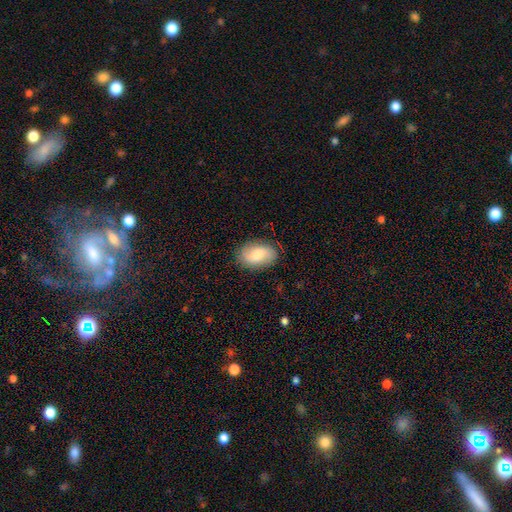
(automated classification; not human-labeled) smooth 64%, featured or disk 28%, star or artifact 8%. Down the decision tree: how rounded — in between (90%); merging — none (83%).